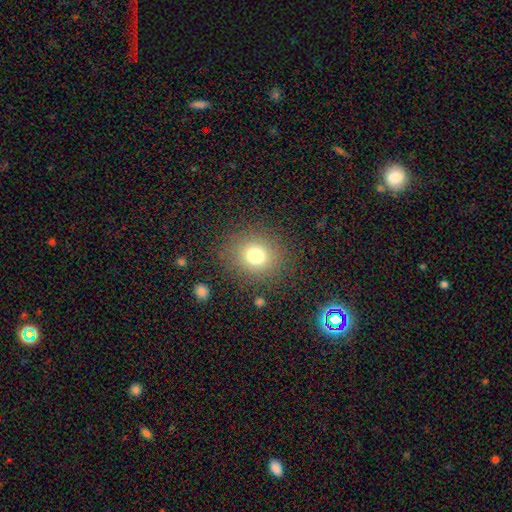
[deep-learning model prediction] The model was most divided on "smooth or featured": smooth: 75%, star or artifact: 15%, featured or disk: 10%. More confident: merging — none (85%); how rounded — round (81%).